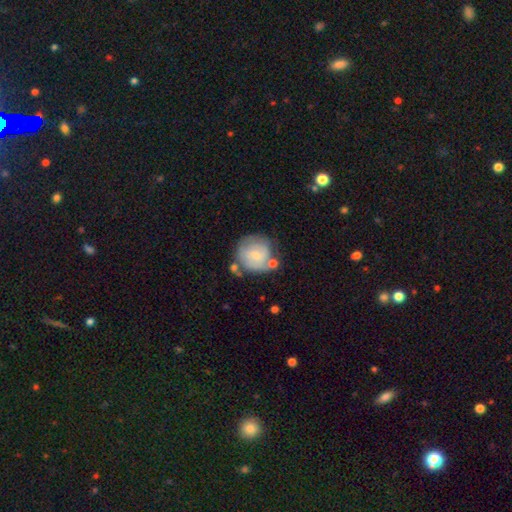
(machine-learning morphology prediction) A featured or disk galaxy (55%) with no bar (61%), spiral arms (80%) and a small central bulge (62%).

Vote fractions:
- Smooth or featured? featured or disk: 55% / smooth: 39% / star or artifact: 6%
- Edge-on disk? no: 98% / yes: 2%
- Bar? no: 61% / weak: 35% / strong: 5%
- Spiral arms? yes: 80% / no: 20%
- Bulge size? small: 62% / moderate: 29% / none: 6% / large: 2% / dominant: 1%
- Merging? none: 59% / minor disturbance: 20% / merger: 13% / major disturbance: 9%